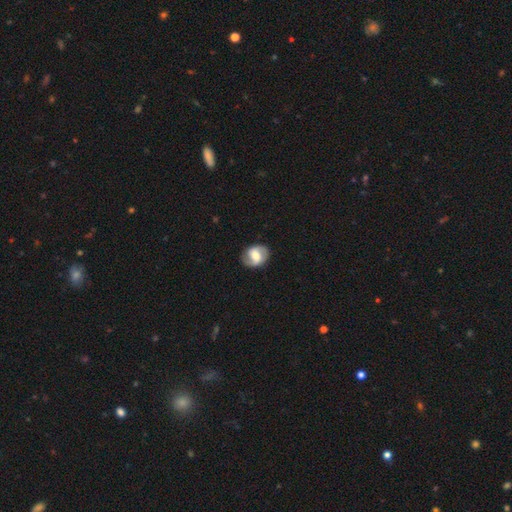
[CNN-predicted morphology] Overall: featured or disk (62%; smooth 31%). Edge-on disk: no (96%). Bar: weak (44%; strong 30%). Spiral arms: yes (80%). Bulge size: moderate (51%; large 28%). Merging: none (83%).